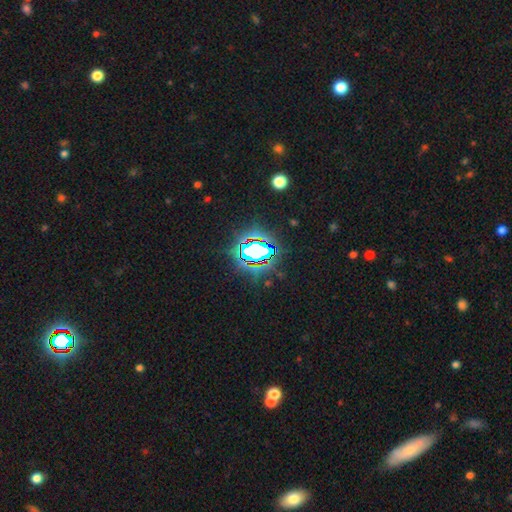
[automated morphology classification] type=star or artifact (72%).